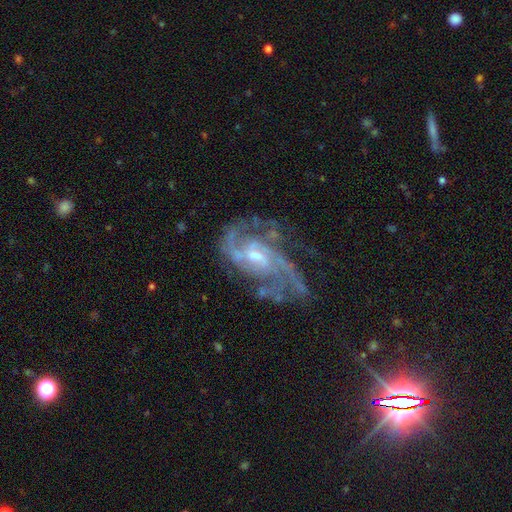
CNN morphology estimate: This appears to be a featured or disk galaxy (90%) with a weak bar (53%), 2 (35%) medium (49%) spiral arms (96%) and a moderate central bulge (46%). Merging: none (56%).